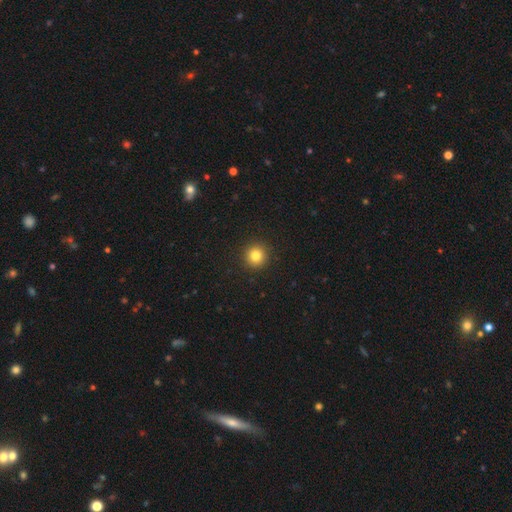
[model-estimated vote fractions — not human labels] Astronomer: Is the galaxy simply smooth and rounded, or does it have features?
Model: smooth — 81%.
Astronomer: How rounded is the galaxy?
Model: round — 94%.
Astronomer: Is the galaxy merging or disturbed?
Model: none — 93%.